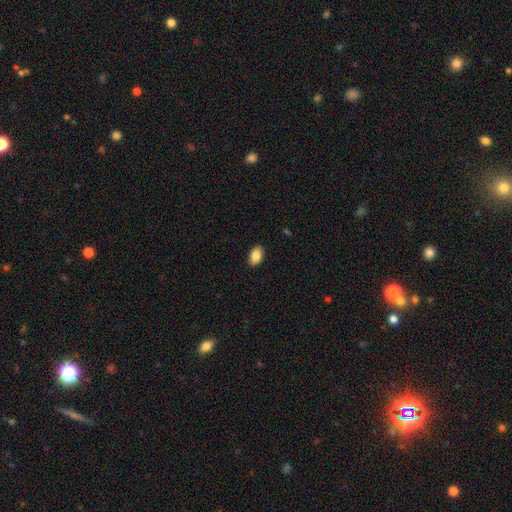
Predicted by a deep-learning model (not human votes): smooth 87%, star or artifact 7%, featured or disk 6%. Down the decision tree: how rounded — in between (90%); merging — none (89%).